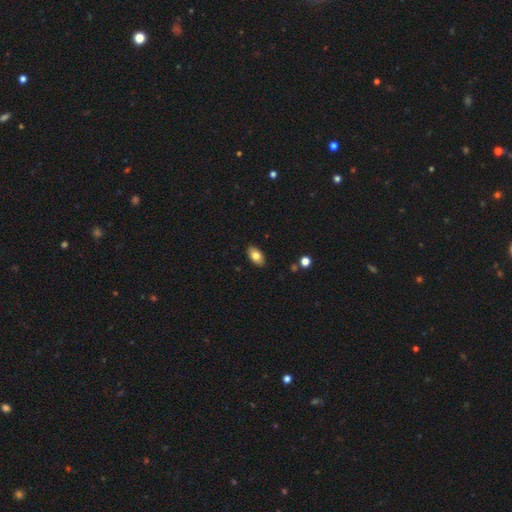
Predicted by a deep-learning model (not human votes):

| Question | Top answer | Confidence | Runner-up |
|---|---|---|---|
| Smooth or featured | smooth | 78% | featured or disk (14%) |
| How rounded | in between | 92% | round (5%) |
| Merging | none | 88% | minor disturbance (9%) |